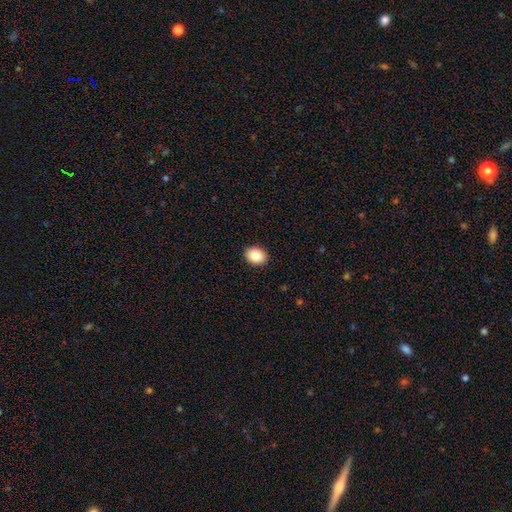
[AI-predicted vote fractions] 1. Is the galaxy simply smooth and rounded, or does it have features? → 85% smooth, 8% star or artifact, 6% featured or disk.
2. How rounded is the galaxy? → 62% in between, 37% round, 1% cigar-shaped.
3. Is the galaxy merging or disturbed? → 91% none, 6% minor disturbance, 2% major disturbance, 1% merger.